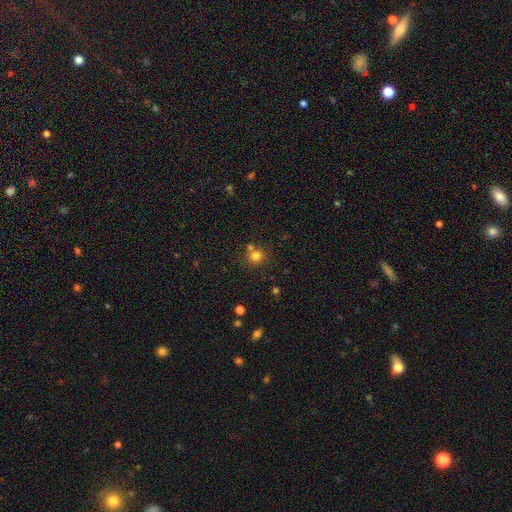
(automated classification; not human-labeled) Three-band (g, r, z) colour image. It shows a smooth galaxy with no disk features (78%) that is round (90%). Merging: none (69%).